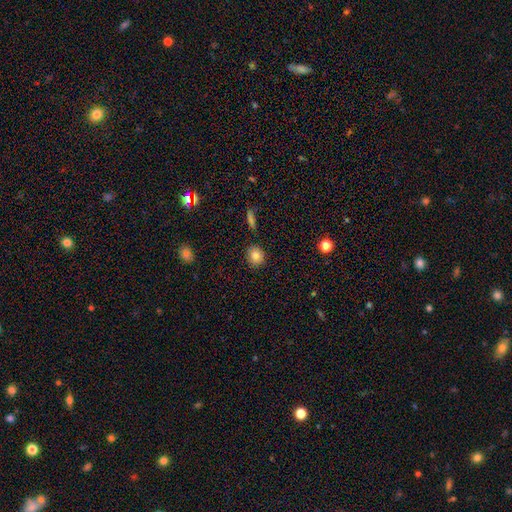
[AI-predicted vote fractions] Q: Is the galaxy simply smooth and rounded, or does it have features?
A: smooth — 84%.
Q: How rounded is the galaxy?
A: round — 78%.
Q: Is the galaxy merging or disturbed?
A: none — 87%.